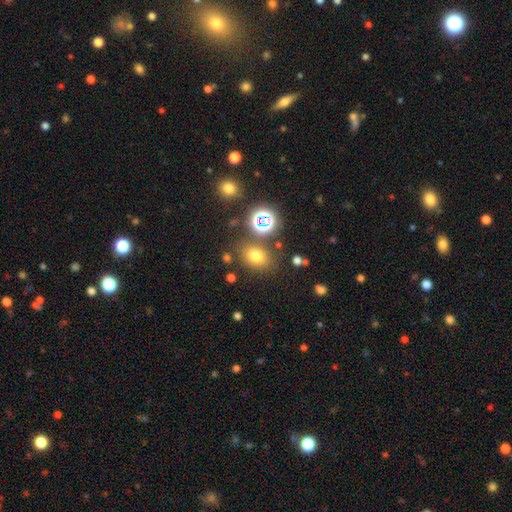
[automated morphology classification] Smooth or featured? smooth (67%)
How rounded? in between (61%)
Merging? none (76%)